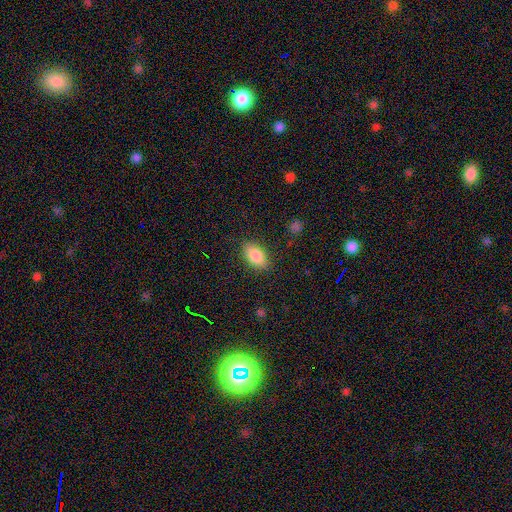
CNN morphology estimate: type=smooth (85%); roundness=in between (91%); merging=none (85%).